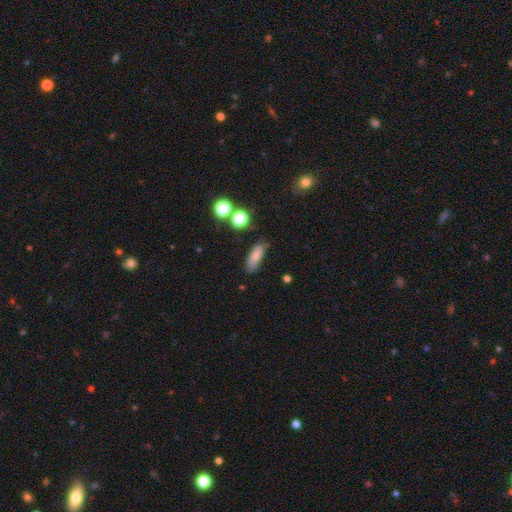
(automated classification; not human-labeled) Smooth or featured: smooth — 78% (featured or disk — 11%)
How rounded: in between — 66% (cigar-shaped — 30%)
Merging: none — 71% (minor disturbance — 20%)